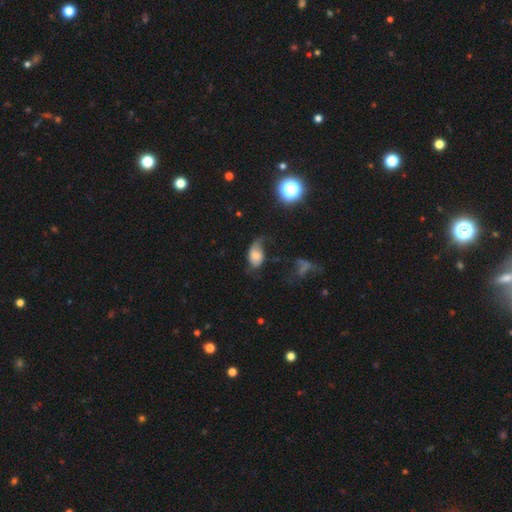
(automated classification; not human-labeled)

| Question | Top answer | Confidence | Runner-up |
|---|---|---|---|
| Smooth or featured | smooth | 58% | featured or disk (32%) |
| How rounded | in between | 87% | round (11%) |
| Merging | major disturbance | 36% | minor disturbance (32%) |